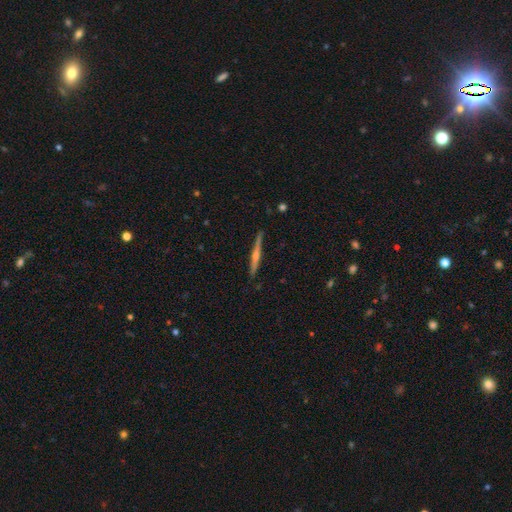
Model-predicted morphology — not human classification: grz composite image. It shows a featured or disk galaxy (77%) viewed edge-on (98%) with a rounded central bulge (84%). Merging: none (91%).